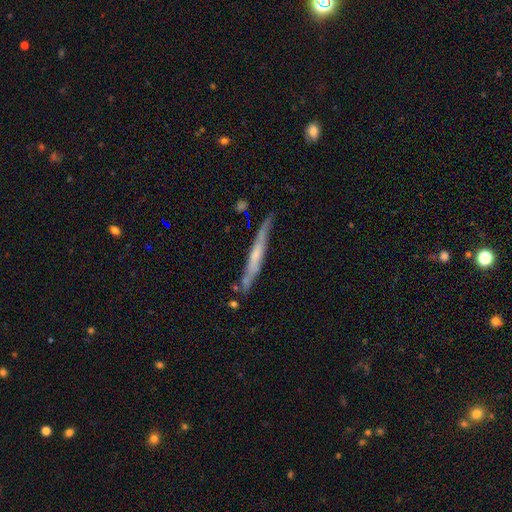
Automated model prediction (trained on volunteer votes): smooth_or_featured: featured or disk (p=0.58) [alt: smooth p=0.36]
disk_edge_on: yes (p=0.92) [alt: no p=0.08]
edge_on_bulge: none (p=0.60) [alt: rounded p=0.29]
merging: none (p=0.75) [alt: minor disturbance p=0.18]